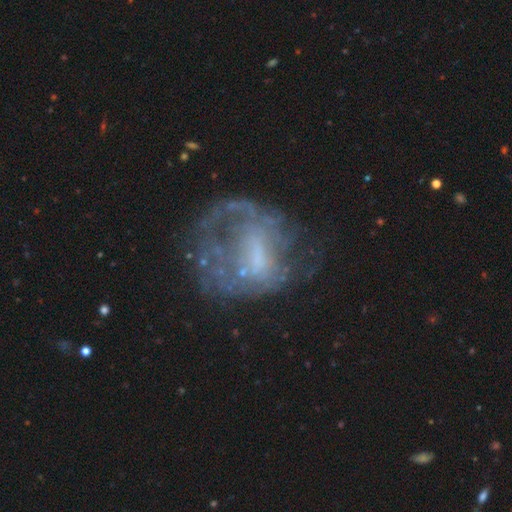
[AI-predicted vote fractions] Overall: featured or disk (65%). Edge-on disk: no (97%). Bar: no (53%; weak 34%). Spiral arms: no (61%; yes 39%). Bulge size: none (44%; small 26%). Merging: none (43%; major disturbance 34%).